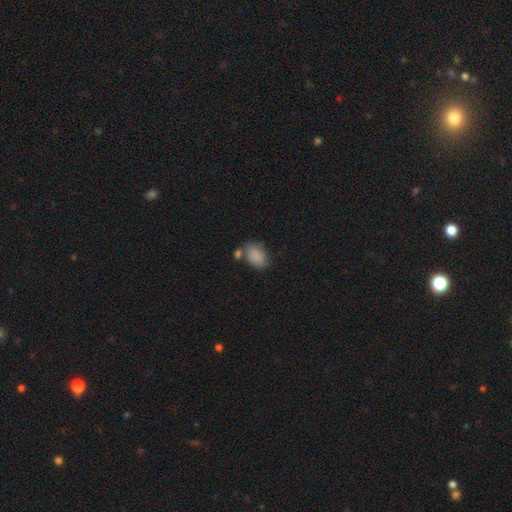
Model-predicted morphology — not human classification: smooth-or-featured: smooth: 85% | star or artifact: 8% | featured or disk: 7%
  how-rounded: in between: 82% | round: 17% | cigar-shaped: 1%
  merging: none: 52% | merger: 21% | minor disturbance: 20% | major disturbance: 7%